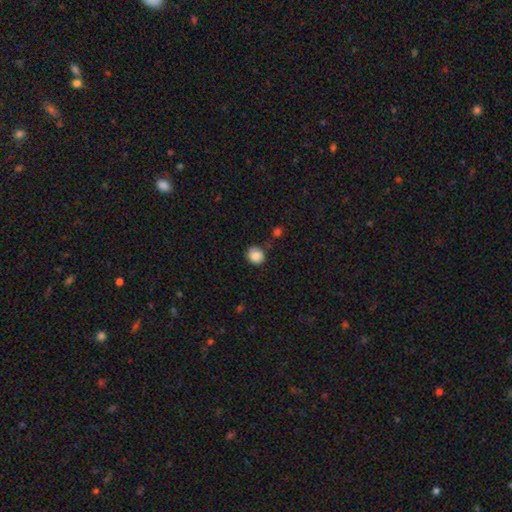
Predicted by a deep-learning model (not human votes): The model was most divided on "how rounded": round: 82%, in between: 17%, cigar-shaped: 1%. More confident: smooth or featured — smooth (87%); merging — none (80%).